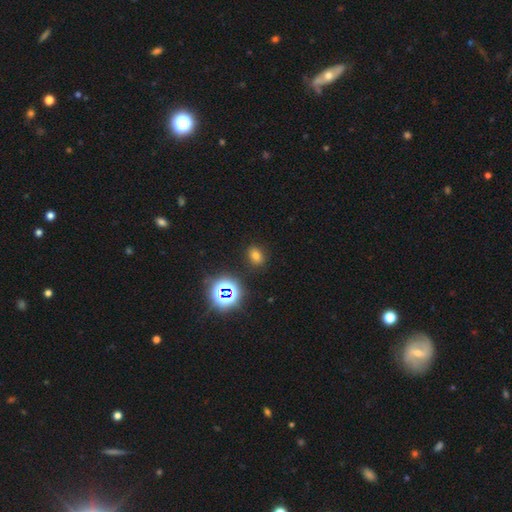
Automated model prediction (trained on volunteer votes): Smooth or featured: smooth — 67% (star or artifact — 25%)
How rounded: in between — 63% (round — 35%)
Merging: none — 85% (minor disturbance — 9%)